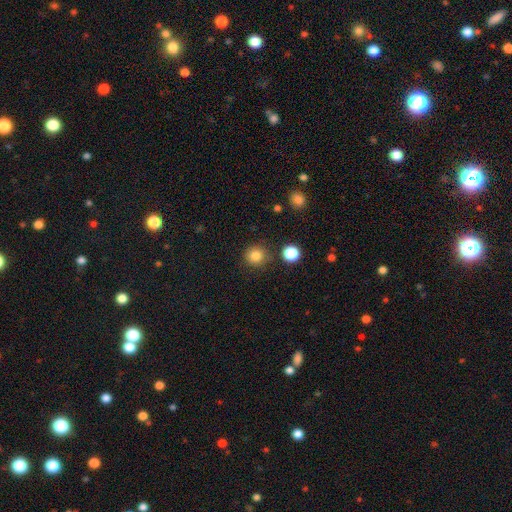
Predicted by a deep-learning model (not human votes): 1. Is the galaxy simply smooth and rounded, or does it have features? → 83% smooth, 12% star or artifact, 5% featured or disk.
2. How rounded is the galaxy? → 93% round, 7% in between, 1% cigar-shaped.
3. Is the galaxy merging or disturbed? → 86% none, 8% minor disturbance, 3% merger, 2% major disturbance.